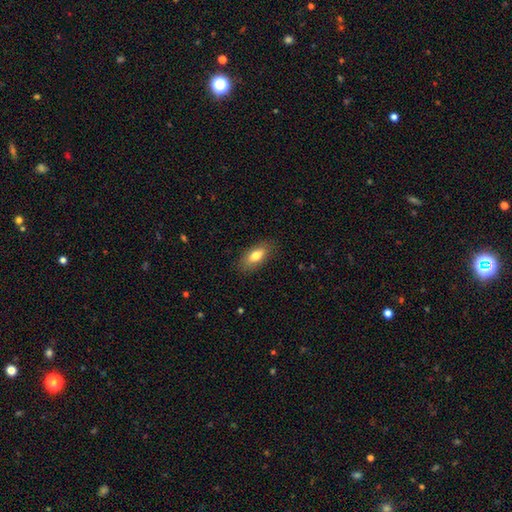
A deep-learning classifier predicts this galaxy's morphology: A smooth galaxy with no disk features (76%) that is in between round and cigar-shaped (84%).

Vote fractions:
- Smooth or featured? smooth: 76% / featured or disk: 17% / star or artifact: 7%
- How rounded? in between: 84% / cigar-shaped: 12% / round: 4%
- Merging? none: 84% / minor disturbance: 12% / major disturbance: 3% / merger: 1%